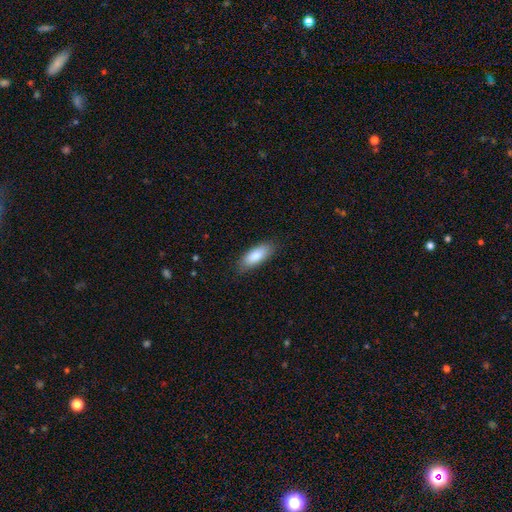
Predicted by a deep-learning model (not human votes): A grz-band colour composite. It shows a smooth galaxy with no disk features (84%) that is in between round and cigar-shaped (74%). Merging: none (83%).